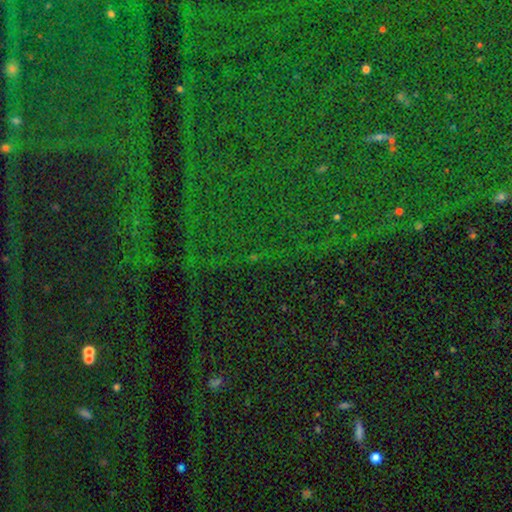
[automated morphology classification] type=star or artifact (87%).